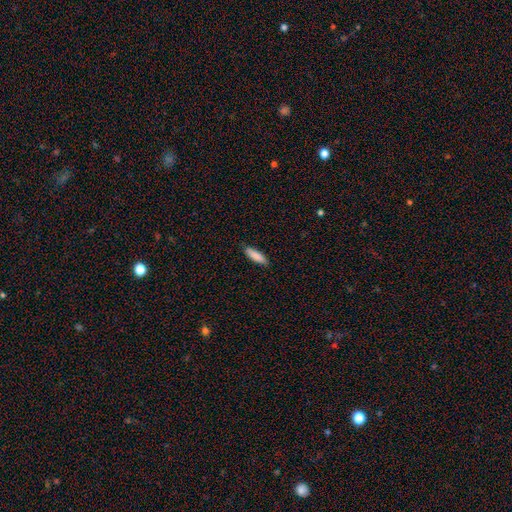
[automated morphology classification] type=smooth (87%); roundness=cigar-shaped (56%); merging=none (84%).